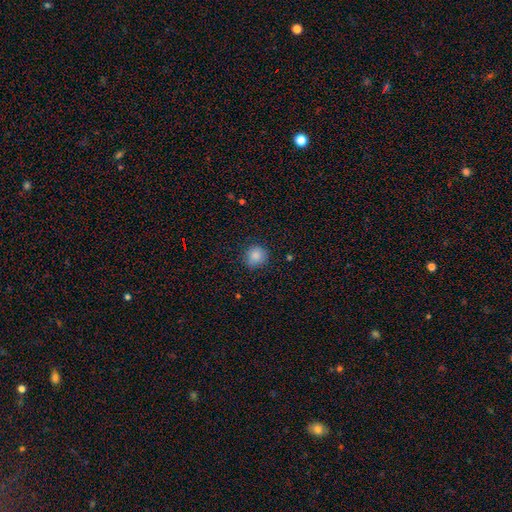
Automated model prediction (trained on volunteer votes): A smooth galaxy with no disk features (85%) that is round (86%). Merging: none (80%).